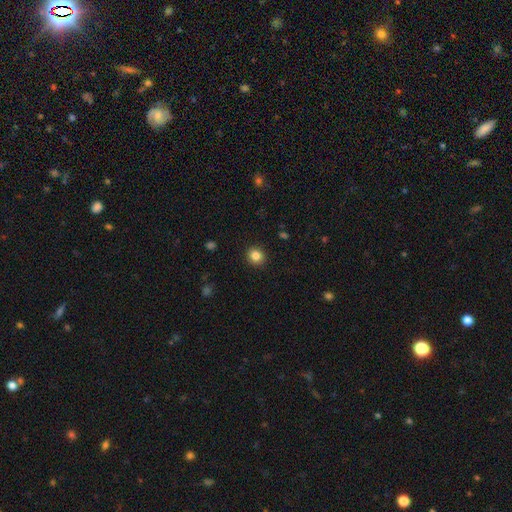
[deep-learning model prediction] Smooth or featured? smooth (85%)
How rounded? round (83%)
Merging? none (92%)